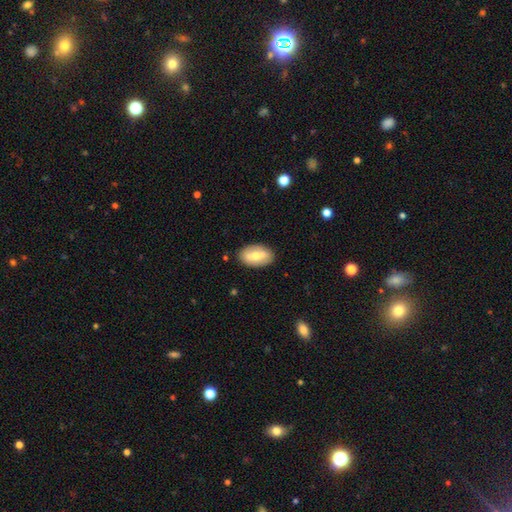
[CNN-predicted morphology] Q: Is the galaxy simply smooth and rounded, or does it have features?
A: smooth — 56%.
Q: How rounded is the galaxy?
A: in between — 92%.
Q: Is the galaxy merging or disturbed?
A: none — 87%.